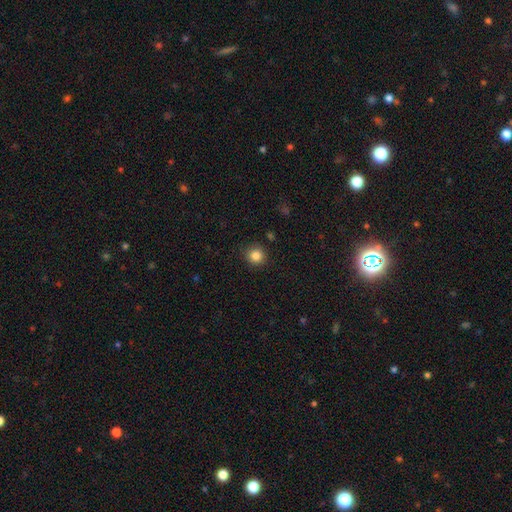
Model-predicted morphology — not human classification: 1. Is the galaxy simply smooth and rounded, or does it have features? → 85% smooth, 11% star or artifact, 4% featured or disk.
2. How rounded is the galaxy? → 93% round, 6% in between, 1% cigar-shaped.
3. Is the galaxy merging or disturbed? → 89% none, 7% minor disturbance, 2% major disturbance, 1% merger.